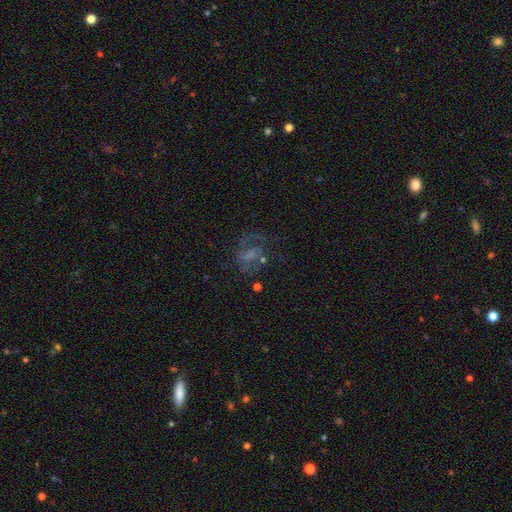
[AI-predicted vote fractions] Smooth or featured? Predicted: featured or disk (p=0.63). Edge-on disk? Predicted: no (p=0.98). Bar? Predicted: weak (p=0.44). Spiral arms? Predicted: yes (p=0.77). Bulge size? Predicted: none (p=0.41). Merging? Predicted: none (p=0.50).